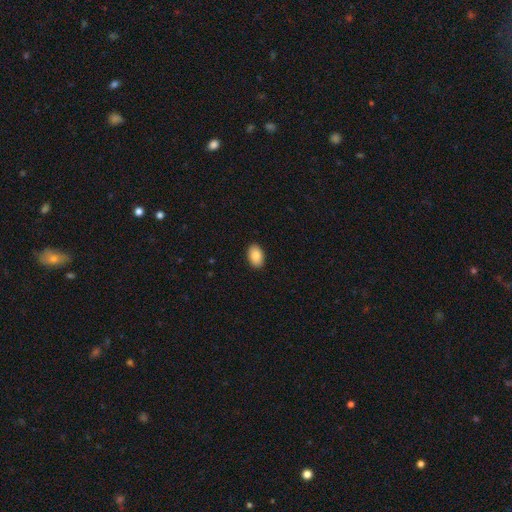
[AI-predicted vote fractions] Smooth or featured? Predicted: smooth (p=0.88). How rounded? Predicted: in between (p=0.91). Merging? Predicted: none (p=0.90).